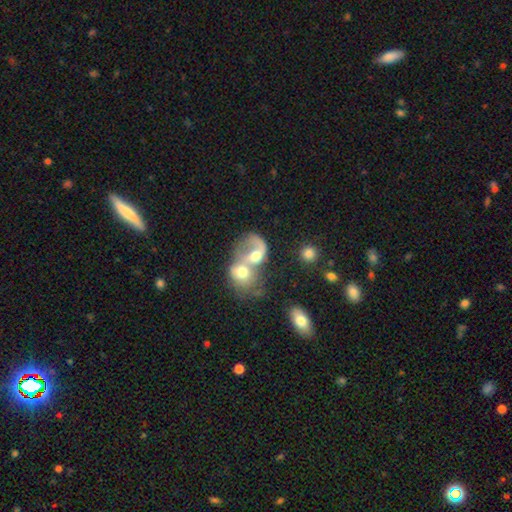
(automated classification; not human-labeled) Smooth or featured?
  - featured or disk: 47% *
  - smooth: 44%
  - star or artifact: 9%
Merging?
  - merger: 82% *
  - major disturbance: 8%
  - none: 7%
  - minor disturbance: 4%